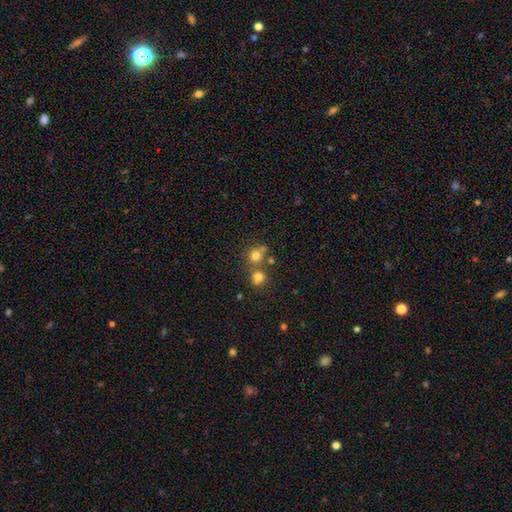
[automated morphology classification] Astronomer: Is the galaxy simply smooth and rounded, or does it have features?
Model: smooth — 73%.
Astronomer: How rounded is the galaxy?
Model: round — 89%.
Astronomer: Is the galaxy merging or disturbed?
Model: none — 55% (runner-up: merger, 35%).